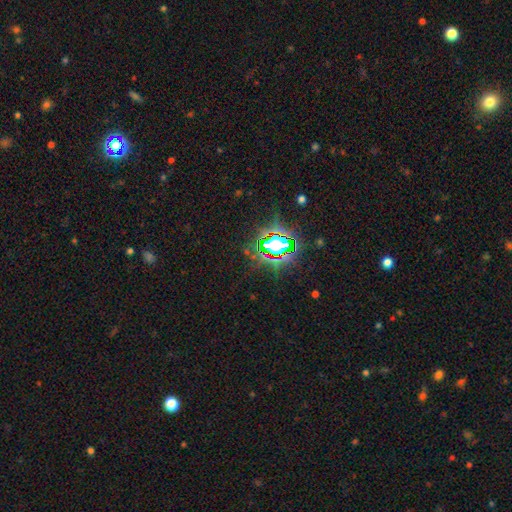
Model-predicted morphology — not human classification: This appears to be a star or artifact, not a galaxy (80%).